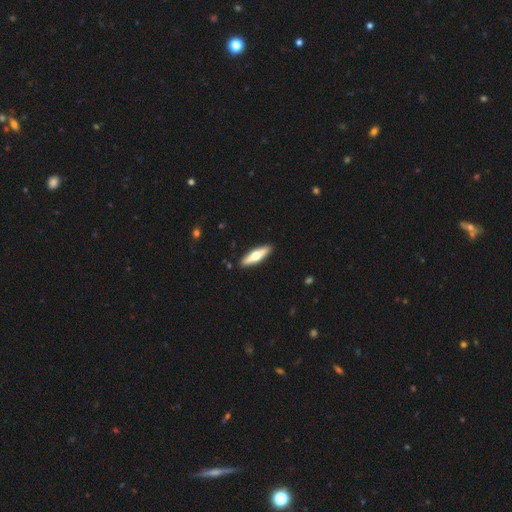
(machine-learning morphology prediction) Overall: featured or disk (52%; smooth 43%). Edge-on disk: yes (91%). Merging: none (91%).